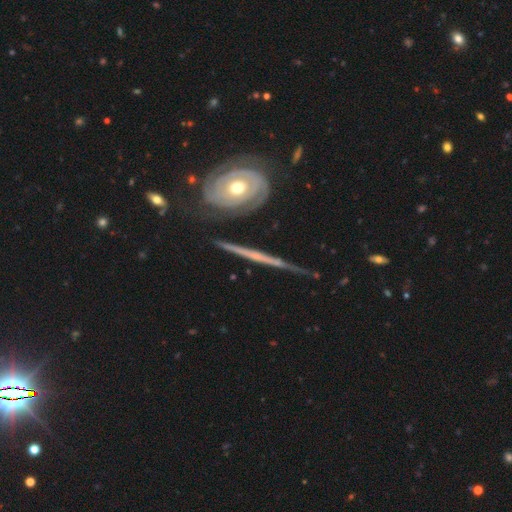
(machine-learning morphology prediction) A featured or disk galaxy (78%) viewed edge-on (75%) with no central bulge (55%).

Vote fractions:
- Smooth or featured? featured or disk: 78% / smooth: 14% / star or artifact: 8%
- Edge-on disk? yes: 75% / no: 25%
- Edge-on bulge? none: 55% / rounded: 40% / boxy: 6%
- Merging? none: 75% / minor disturbance: 15% / major disturbance: 5% / merger: 5%